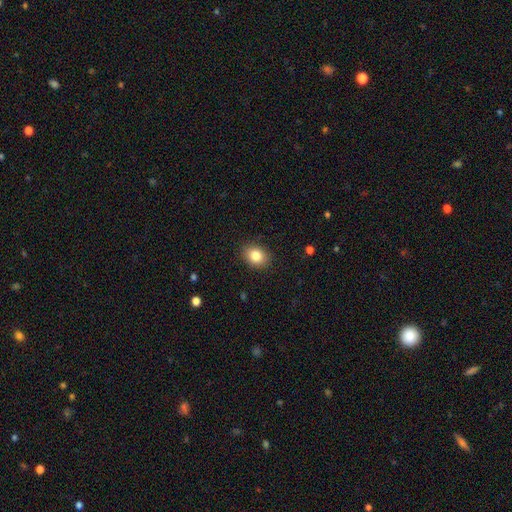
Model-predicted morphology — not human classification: Smooth or featured: smooth — 84% (star or artifact — 9%)
How rounded: in between — 59% (round — 40%)
Merging: none — 87% (minor disturbance — 9%)